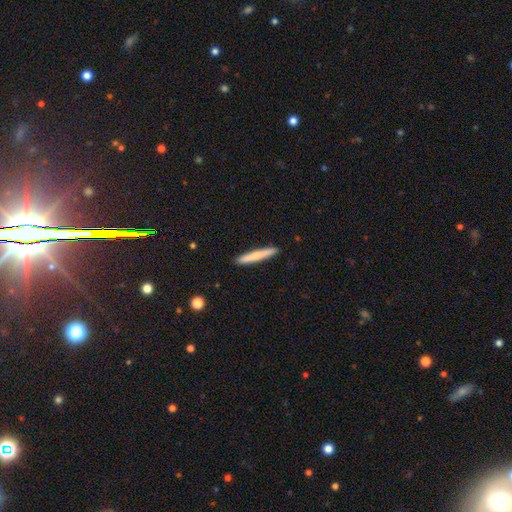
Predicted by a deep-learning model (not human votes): Smooth or featured: smooth — 68% (featured or disk — 27%)
How rounded: cigar-shaped — 95% (in between — 4%)
Merging: none — 91% (minor disturbance — 6%)